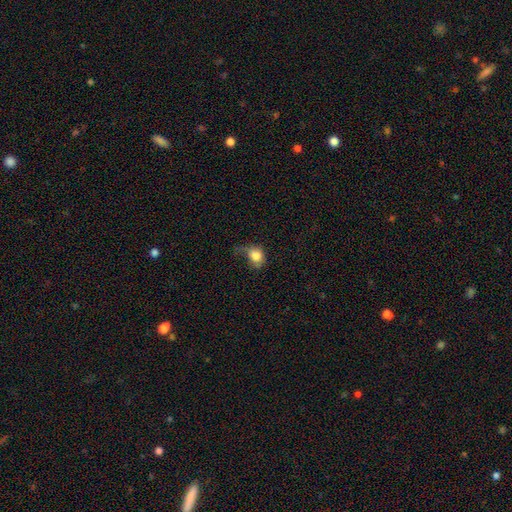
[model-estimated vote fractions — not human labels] Smooth or featured? Predicted: smooth (p=0.79). How rounded? Predicted: round (p=0.52). Merging? Predicted: major disturbance (p=0.42).